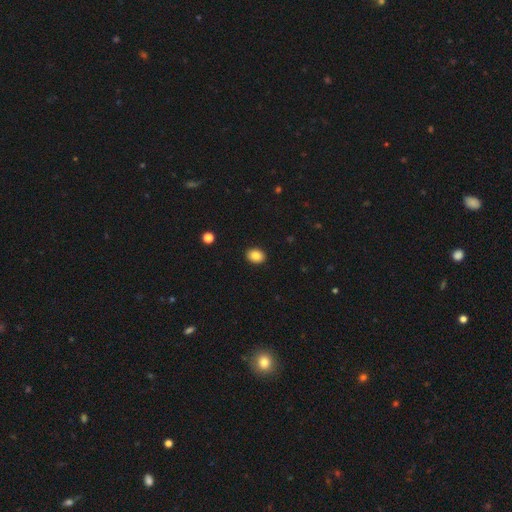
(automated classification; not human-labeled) smooth 86%, star or artifact 9%, featured or disk 5%. Down the decision tree: how rounded — in between (62%); merging — none (91%).